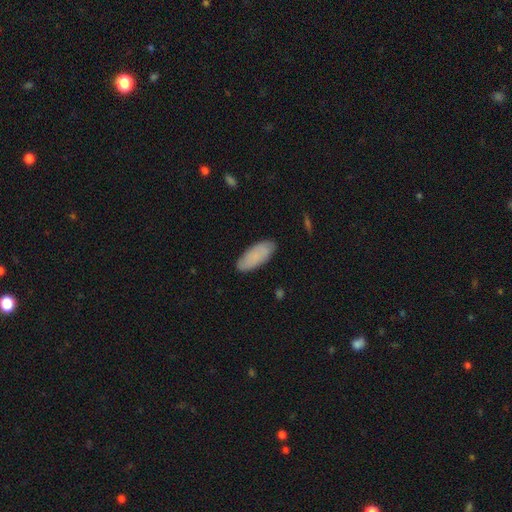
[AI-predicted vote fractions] smooth 85%, featured or disk 9%, star or artifact 6%. Down the decision tree: how rounded — in between (79%); merging — none (86%).